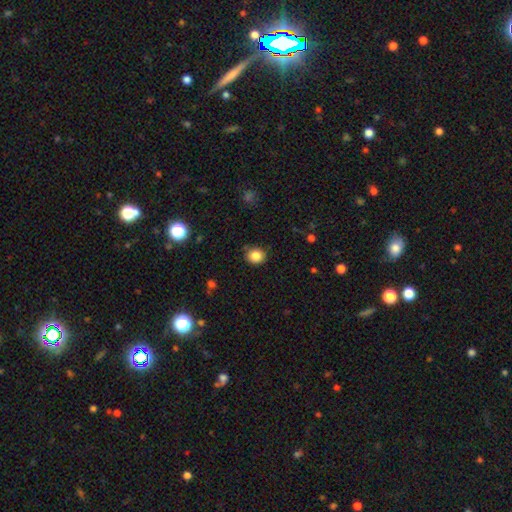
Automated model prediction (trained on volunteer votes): smooth 85%, star or artifact 10%, featured or disk 5%. Down the decision tree: how rounded — round (76%); merging — none (82%).